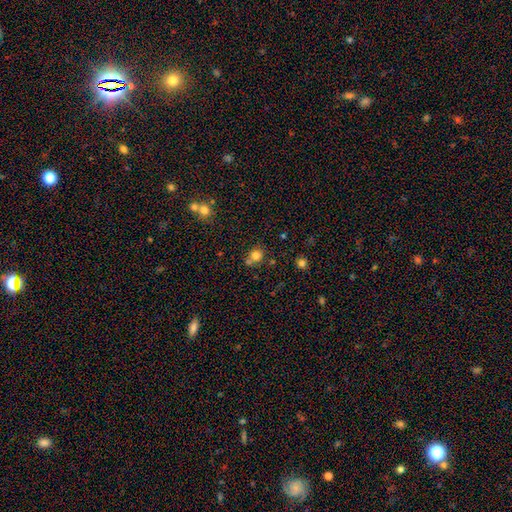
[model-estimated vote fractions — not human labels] This is likely a smooth galaxy (78%). How rounded: clearly round (85%). Merging: likely none (63%).